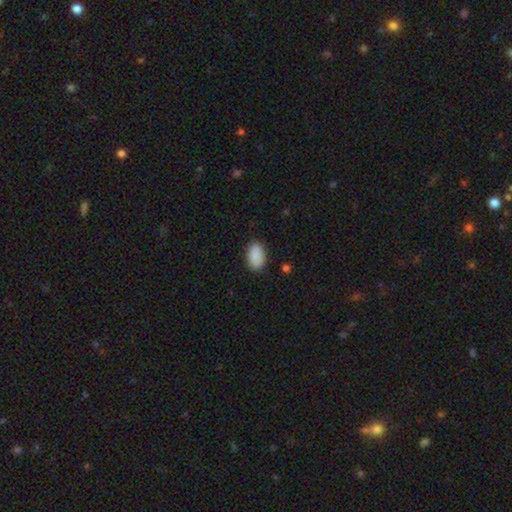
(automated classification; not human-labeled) Smooth or featured? smooth (90%)
How rounded? in between (93%)
Merging? none (85%)